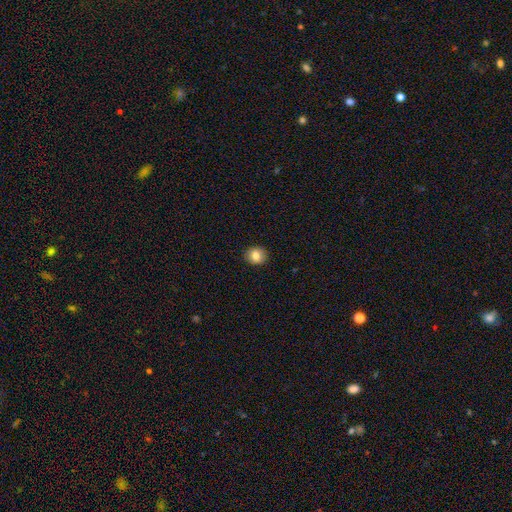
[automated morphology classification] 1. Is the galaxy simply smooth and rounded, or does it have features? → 83% smooth, 9% star or artifact, 8% featured or disk.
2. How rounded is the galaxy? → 81% round, 18% in between, 1% cigar-shaped.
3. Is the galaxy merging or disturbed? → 91% none, 7% minor disturbance, 2% major disturbance, 1% merger.